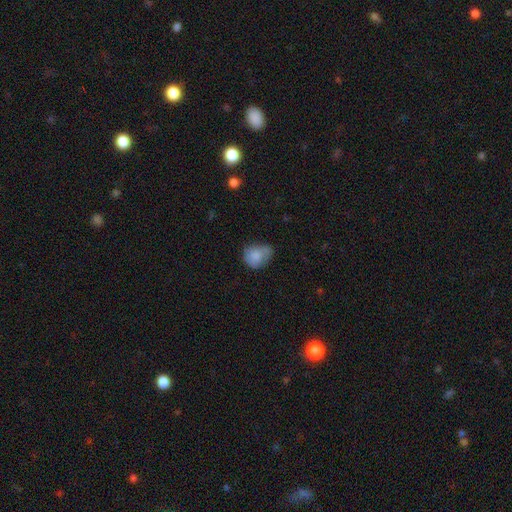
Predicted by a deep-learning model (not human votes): Overall: smooth (78%). How rounded: round (53%; in between 46%). Merging: minor disturbance (41%; none 40%).